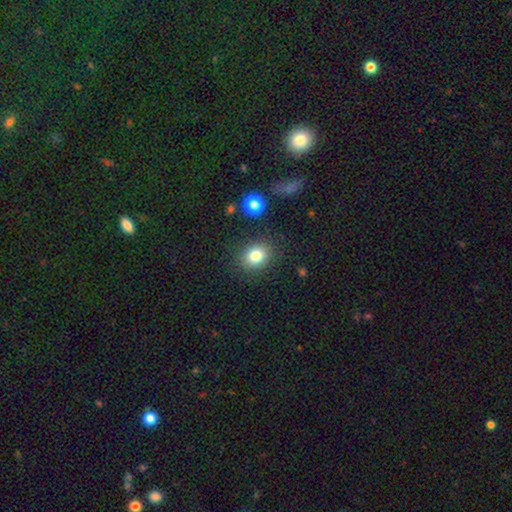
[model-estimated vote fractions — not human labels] Smooth or featured: smooth — 79% (star or artifact — 12%)
How rounded: round — 61% (in between — 38%)
Merging: none — 86% (minor disturbance — 9%)